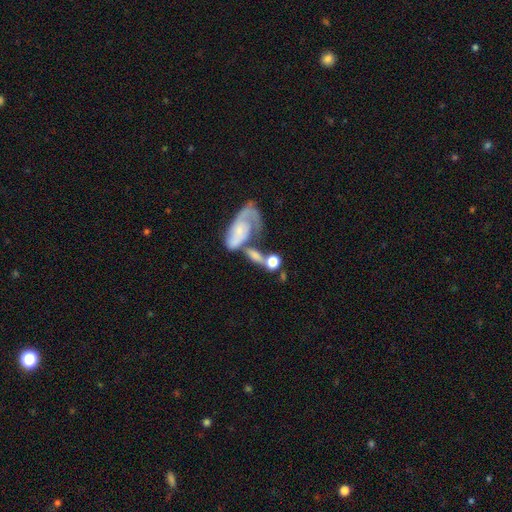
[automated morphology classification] The model was most divided on "smooth or featured": smooth: 51%, featured or disk: 39%, star or artifact: 9%. Remaining: how rounded — in between (60%); merging — merger (46%).